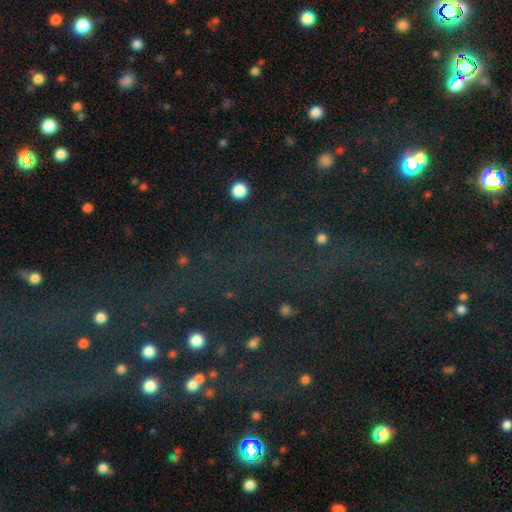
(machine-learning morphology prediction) smooth-or-featured: star or artifact: 69% | smooth: 19% | featured or disk: 12%